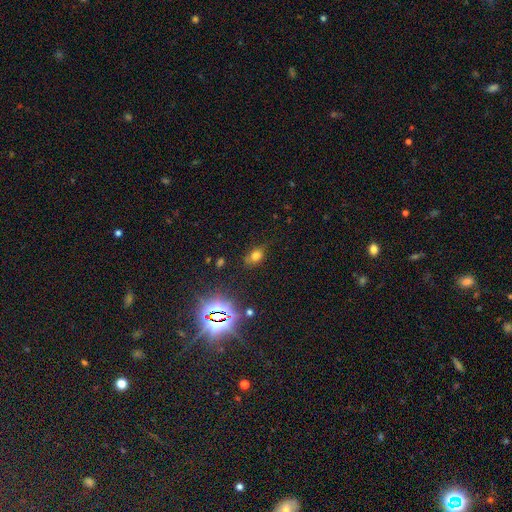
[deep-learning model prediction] Overall: smooth (66%). How rounded: in between (69%). Merging: none (71%).